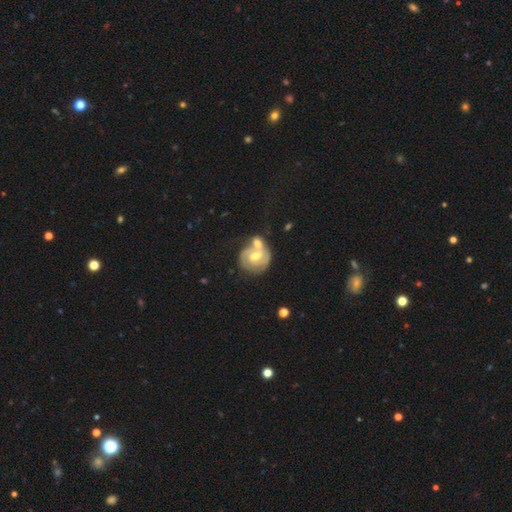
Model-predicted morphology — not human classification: Overall: featured or disk (75%). Edge-on disk: no (97%). Bar: weak (46%; no 42%). Spiral arms: yes (87%). Spiral arm count: 2 (58%; can't tell 21%). Spiral winding: tight (62%; medium 30%). Bulge size: moderate (69%). Merging: merger (43%; none 37%).